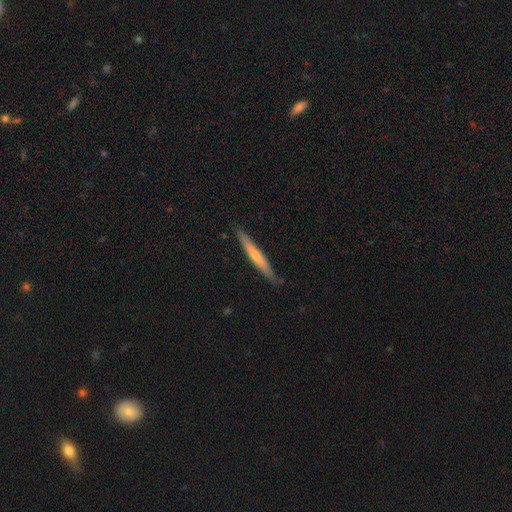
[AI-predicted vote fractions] A smooth galaxy with no disk features (48%). Merging: none (86%).